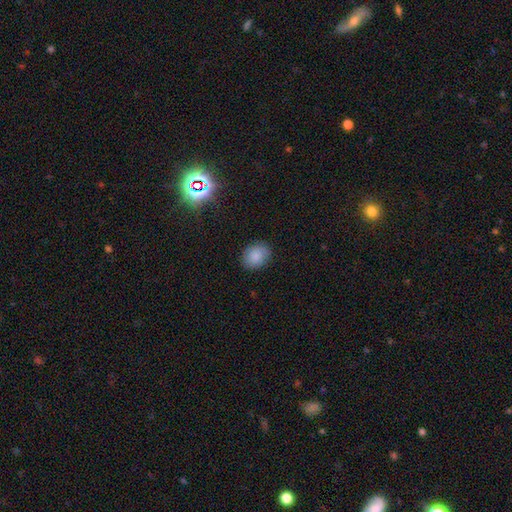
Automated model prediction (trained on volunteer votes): Smooth or featured? Predicted: smooth (p=0.82). How rounded? Predicted: round (p=0.52). Merging? Predicted: none (p=0.84).